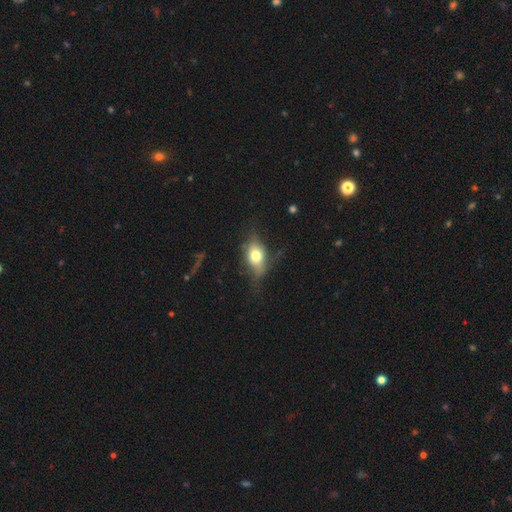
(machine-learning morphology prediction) Q: Smooth or featured?
A: smooth (59%); runner-up: featured or disk (32%)
Q: How rounded?
A: in between (78%); runner-up: round (16%)
Q: Merging?
A: none (52%); runner-up: minor disturbance (28%)